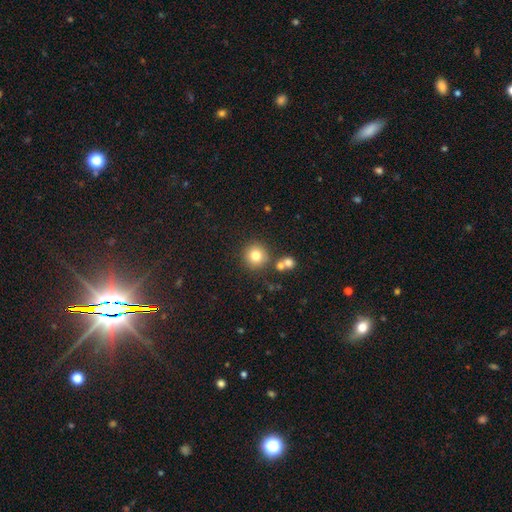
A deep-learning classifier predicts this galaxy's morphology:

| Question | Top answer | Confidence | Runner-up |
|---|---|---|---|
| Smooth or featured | smooth | 79% | star or artifact (12%) |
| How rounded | round | 93% | in between (6%) |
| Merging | none | 78% | merger (11%) |